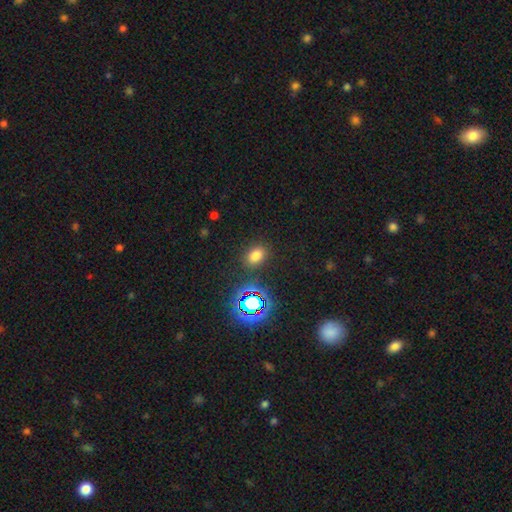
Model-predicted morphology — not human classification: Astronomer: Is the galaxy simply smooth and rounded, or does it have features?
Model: smooth — 71%.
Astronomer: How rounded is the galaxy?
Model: in between — 71%.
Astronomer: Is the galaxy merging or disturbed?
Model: none — 85%.